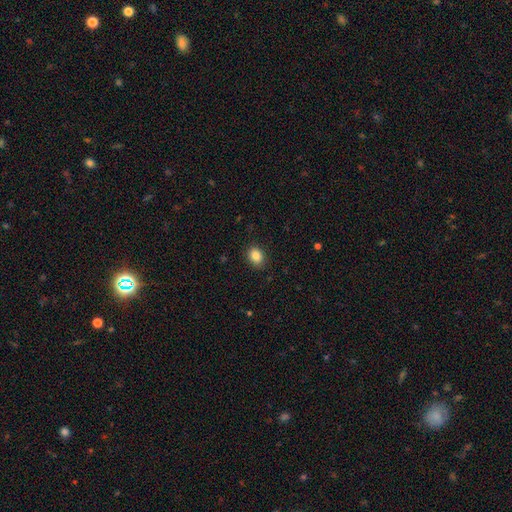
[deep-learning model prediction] Morphology: type=smooth (86%); roundness=in between (52%); merging=none (87%).